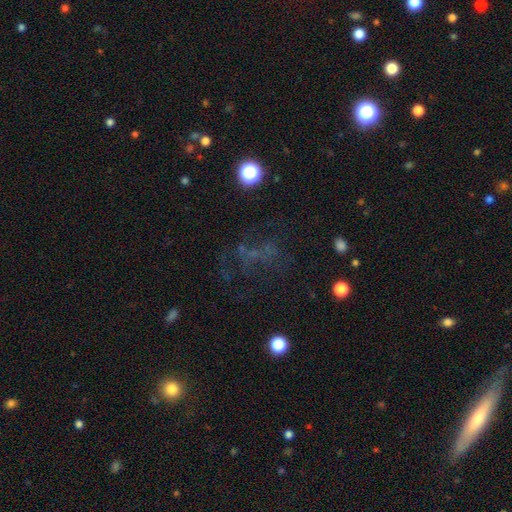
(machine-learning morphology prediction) Overall: star or artifact (43%; smooth 30%).